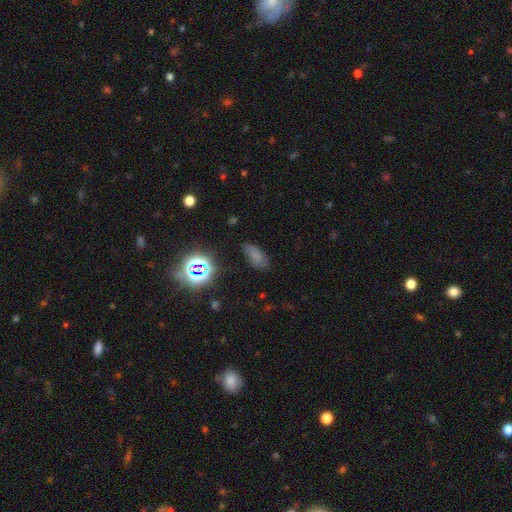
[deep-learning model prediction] A smooth galaxy with no disk features (61%) that is in between round and cigar-shaped (87%).

Vote fractions:
- Smooth or featured? smooth: 61% / star or artifact: 25% / featured or disk: 14%
- How rounded? in between: 87% / cigar-shaped: 6% / round: 6%
- Merging? none: 70% / minor disturbance: 21% / major disturbance: 7% / merger: 2%